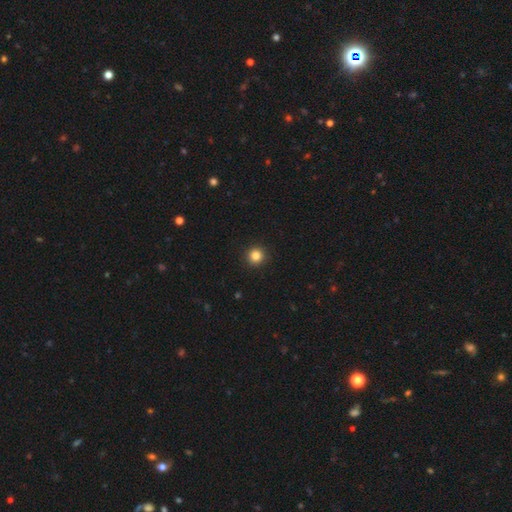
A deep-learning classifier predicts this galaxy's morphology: Q: Smooth or featured?
A: smooth (85%); runner-up: star or artifact (11%)
Q: How rounded?
A: round (95%); runner-up: in between (4%)
Q: Merging?
A: none (93%); runner-up: minor disturbance (5%)